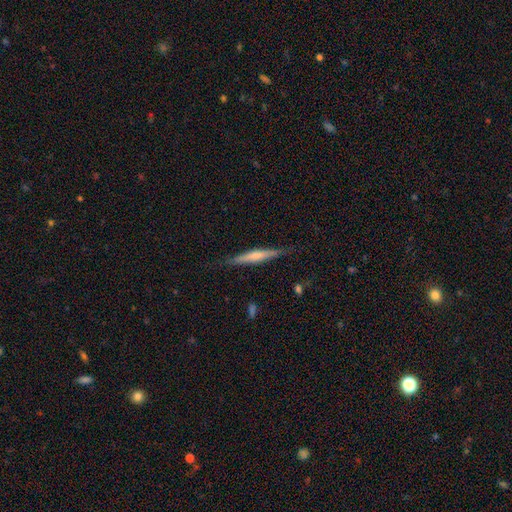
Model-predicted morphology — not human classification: featured or disk 53%, smooth 41%, star or artifact 6%. Down the decision tree: edge-on disk — yes (96%); edge-on bulge — rounded (46%); merging — none (83%).